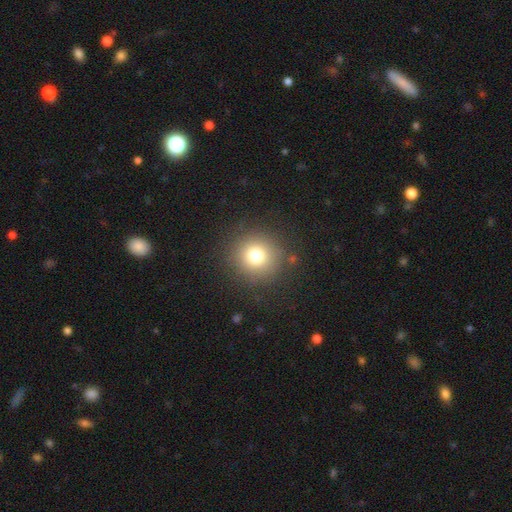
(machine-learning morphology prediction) Q: Smooth or featured?
A: smooth (76%); runner-up: star or artifact (15%)
Q: How rounded?
A: round (95%); runner-up: in between (4%)
Q: Merging?
A: none (87%); runner-up: minor disturbance (7%)